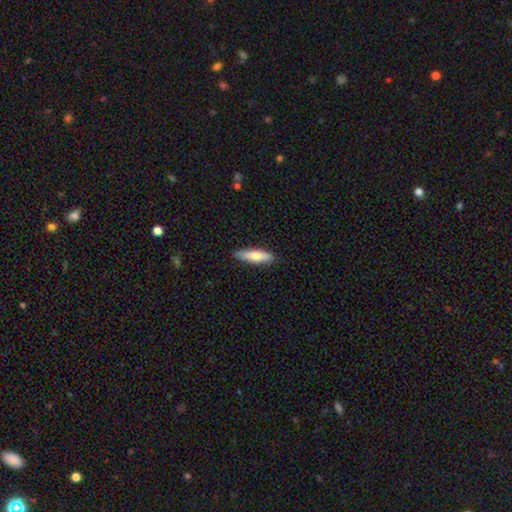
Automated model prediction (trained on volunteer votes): Overall: smooth (71%). How rounded: cigar-shaped (71%). Merging: none (87%).